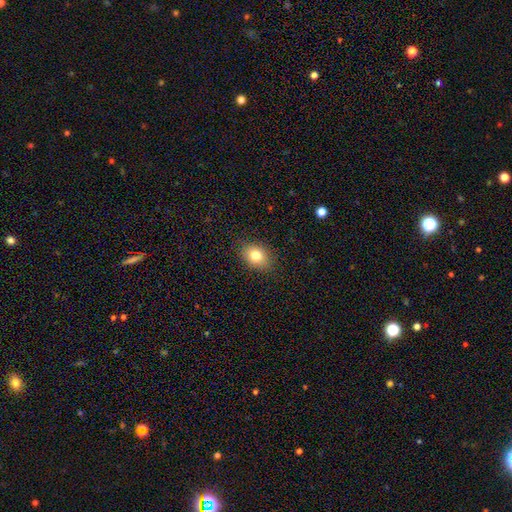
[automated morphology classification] A smooth galaxy with no disk features (79%) that is in between round and cigar-shaped (66%). Merging: none (85%).